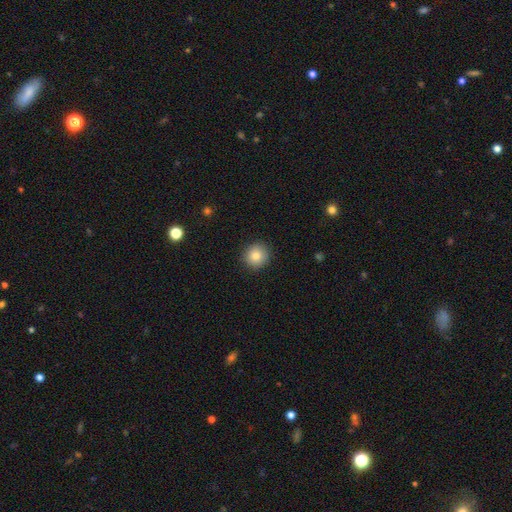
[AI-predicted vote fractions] Overall: smooth (83%). How rounded: round (92%). Merging: none (91%).